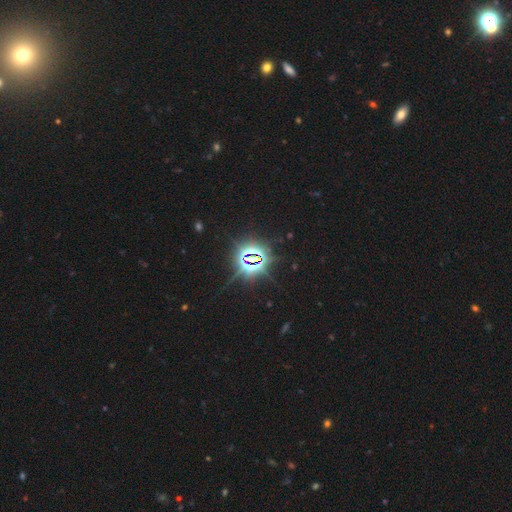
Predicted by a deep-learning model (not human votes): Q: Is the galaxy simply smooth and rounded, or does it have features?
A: star or artifact — 84%.